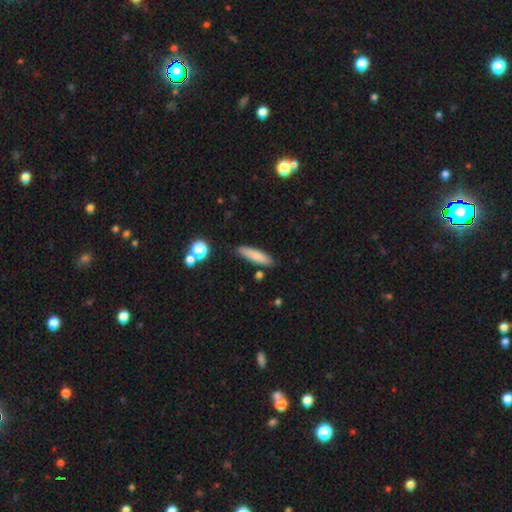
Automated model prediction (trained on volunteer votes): This is clearly a smooth galaxy (81%). How rounded: likely cigar-shaped (72%). Merging: clearly none (85%).